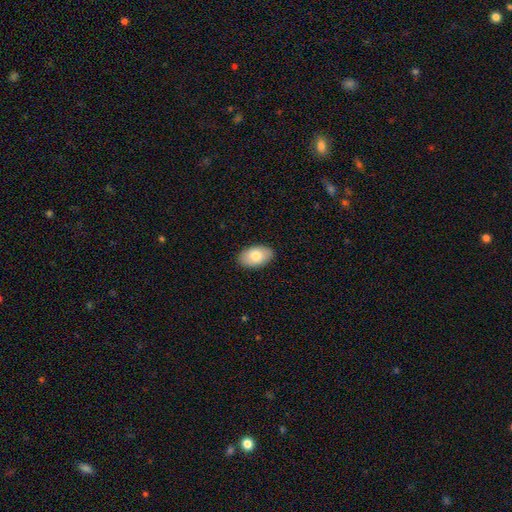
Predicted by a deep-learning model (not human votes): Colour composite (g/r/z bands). It shows a smooth galaxy with no disk features (78%) that is in between round and cigar-shaped (94%). Merging: none (89%).